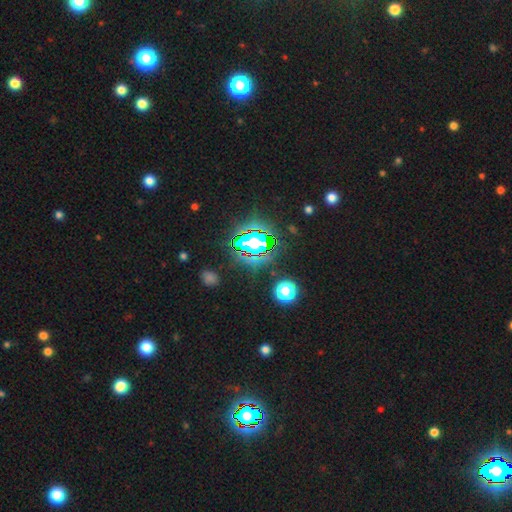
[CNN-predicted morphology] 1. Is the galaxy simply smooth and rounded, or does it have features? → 82% star or artifact, 11% smooth, 7% featured or disk.